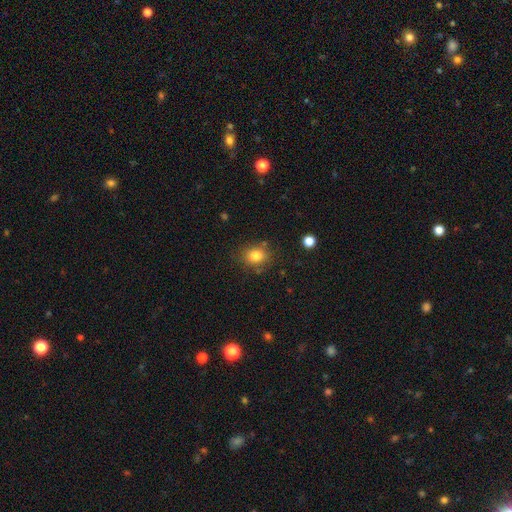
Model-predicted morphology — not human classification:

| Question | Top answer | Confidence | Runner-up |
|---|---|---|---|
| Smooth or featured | smooth | 80% | star or artifact (11%) |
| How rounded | round | 54% | in between (45%) |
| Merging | none | 77% | minor disturbance (15%) |